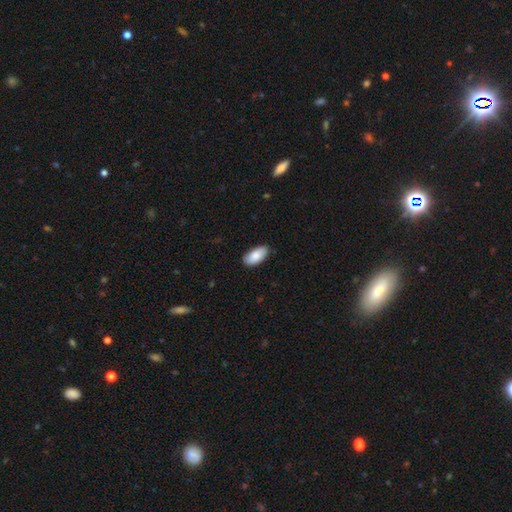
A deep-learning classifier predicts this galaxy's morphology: Overall: smooth (88%). How rounded: in between (94%). Merging: none (87%).